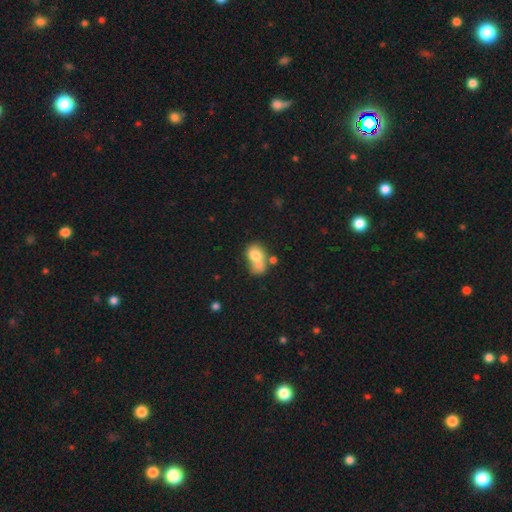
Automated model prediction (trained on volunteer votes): Smooth or featured: smooth — 73% (featured or disk — 18%)
How rounded: in between — 66% (round — 32%)
Merging: merger — 48% (none — 24%)